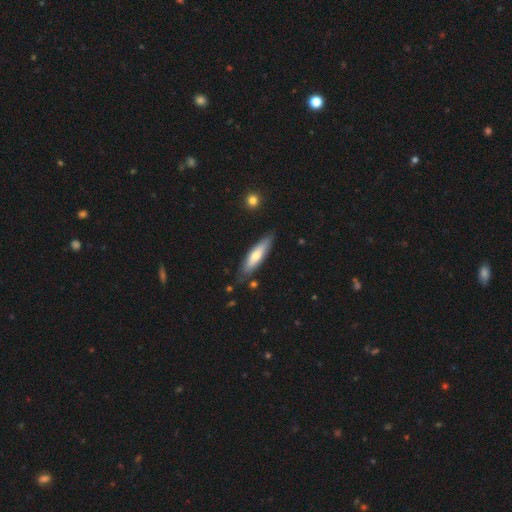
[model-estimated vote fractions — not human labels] Q: Smooth or featured?
A: smooth (59%); runner-up: featured or disk (36%)
Q: How rounded?
A: cigar-shaped (73%); runner-up: in between (25%)
Q: Merging?
A: none (83%); runner-up: minor disturbance (13%)